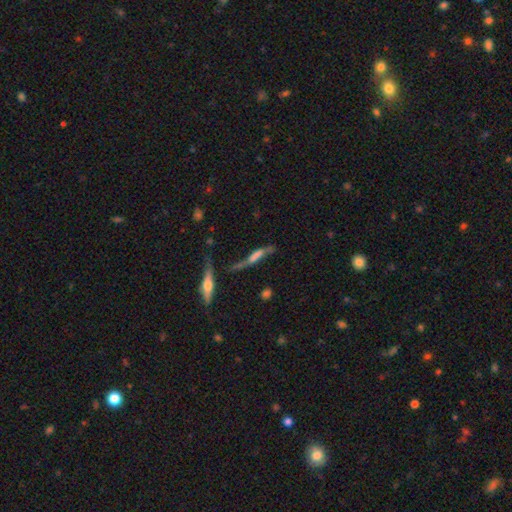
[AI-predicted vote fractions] Morphology: type=featured or disk (51%); edge-on=yes (66%); merging=none (37%).